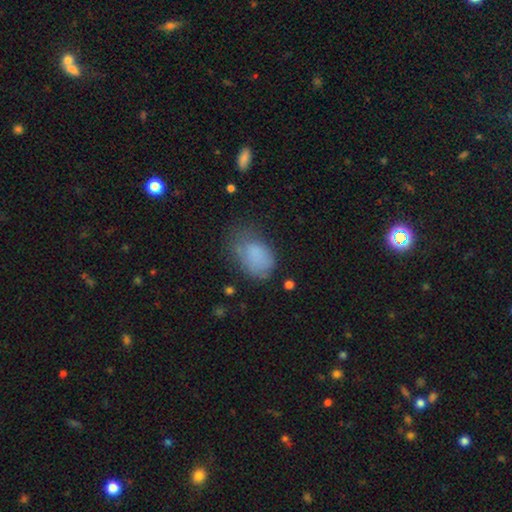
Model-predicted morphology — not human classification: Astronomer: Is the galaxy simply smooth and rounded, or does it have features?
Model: smooth — 78%.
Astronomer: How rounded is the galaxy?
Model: in between — 82%.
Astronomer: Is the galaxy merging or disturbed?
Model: none — 41% (runner-up: minor disturbance, 34%).